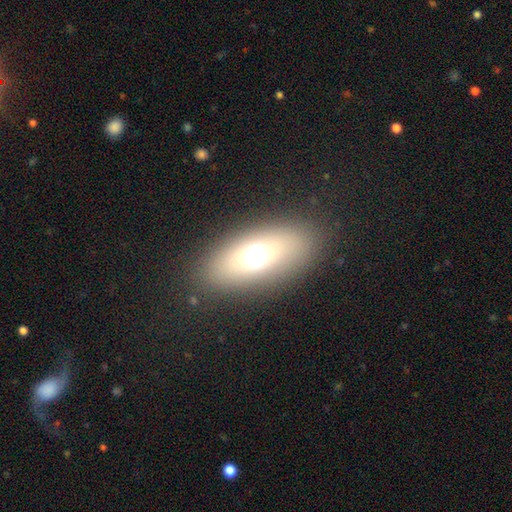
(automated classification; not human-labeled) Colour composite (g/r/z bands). It shows a smooth galaxy with no disk features (58%) that is in between round and cigar-shaped (80%). Merging: none (84%).